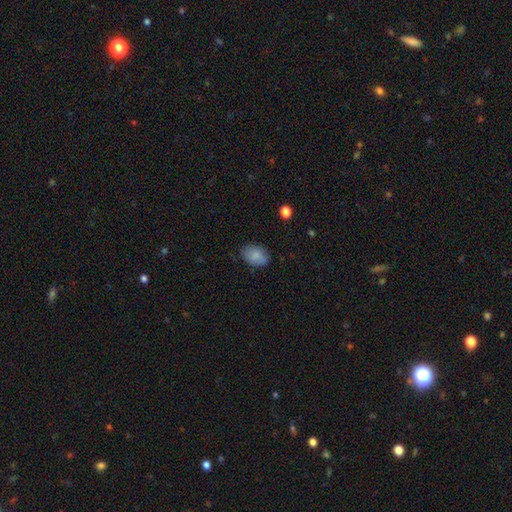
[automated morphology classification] This is clearly a smooth galaxy (85%). How rounded: clearly in between (85%). Merging: likely none (79%).